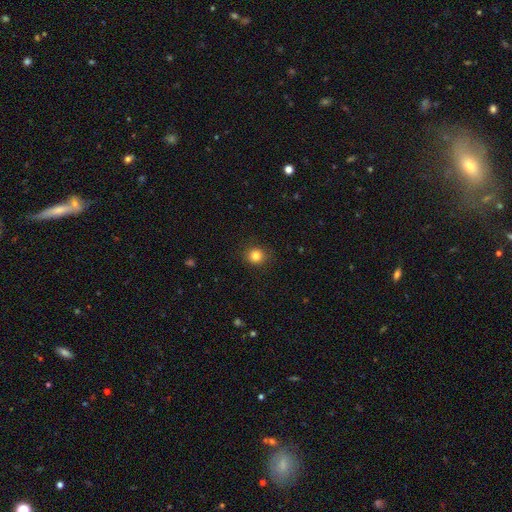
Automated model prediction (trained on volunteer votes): Smooth or featured: smooth — 83% (star or artifact — 12%)
How rounded: round — 88% (in between — 11%)
Merging: none — 89% (minor disturbance — 7%)